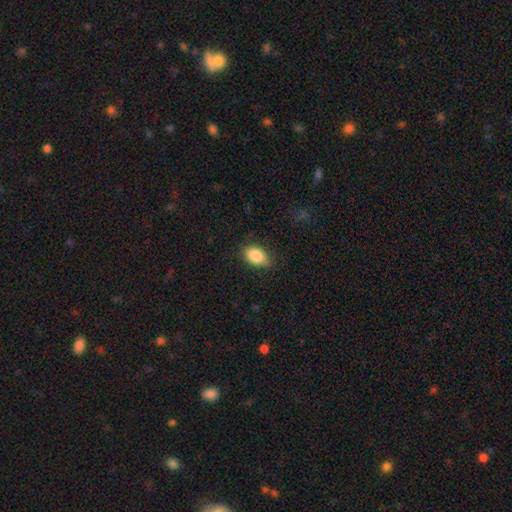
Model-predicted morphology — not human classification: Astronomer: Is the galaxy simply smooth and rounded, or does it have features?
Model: smooth — 86%.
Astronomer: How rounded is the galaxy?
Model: in between — 88%.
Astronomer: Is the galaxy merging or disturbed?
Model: none — 79%.